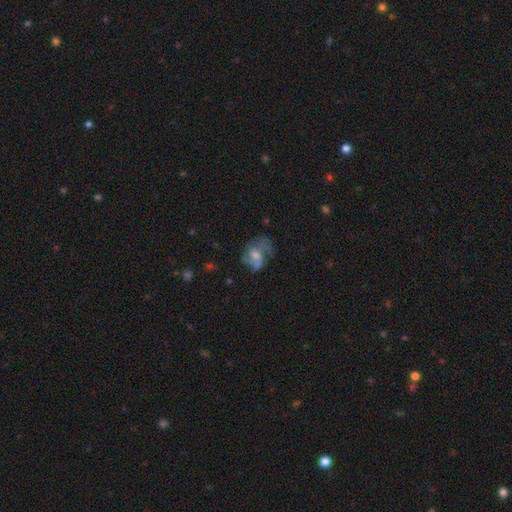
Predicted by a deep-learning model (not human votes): A featured or disk galaxy (61%) with no bar (60%), spiral arms (74%) and a moderate central bulge (49%).

Vote fractions:
- Smooth or featured? featured or disk: 61% / smooth: 29% / star or artifact: 11%
- Edge-on disk? no: 97% / yes: 3%
- Bar? no: 60% / weak: 34% / strong: 7%
- Spiral arms? yes: 74% / no: 26%
- Bulge size? moderate: 49% / small: 36% / none: 7% / large: 6% / dominant: 1%
- Merging? none: 47% / major disturbance: 27% / minor disturbance: 23% / merger: 3%